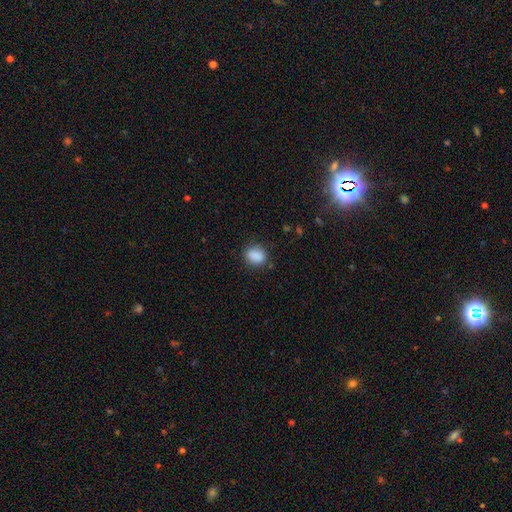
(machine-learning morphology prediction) A smooth galaxy with no disk features (88%) that is in between round and cigar-shaped (55%). Merging: none (80%).